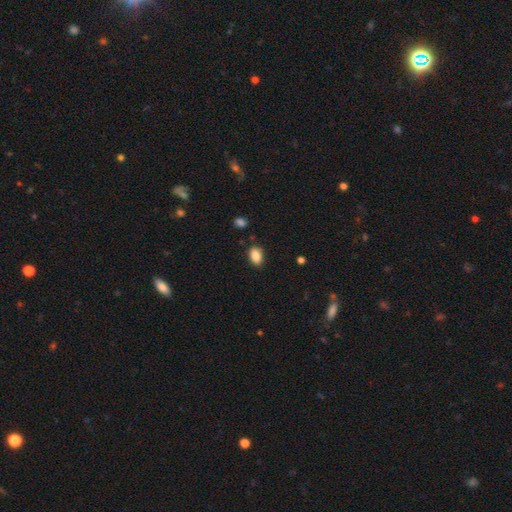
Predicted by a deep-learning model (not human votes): This is clearly a smooth galaxy (88%). How rounded: clearly in between (86%). Merging: clearly none (83%).